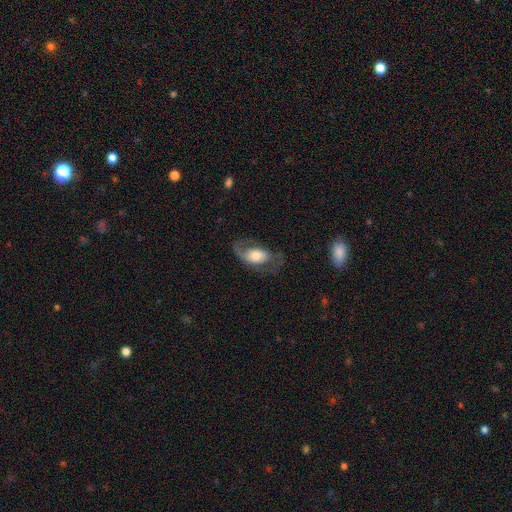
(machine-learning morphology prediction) The model was most divided on "smooth or featured": featured or disk: 59%, smooth: 35%, star or artifact: 7%. More confident: edge-on disk — no (93%); spiral arms — yes (76%); bar — no (66%); merging — none (54%); bulge size — moderate (52%).